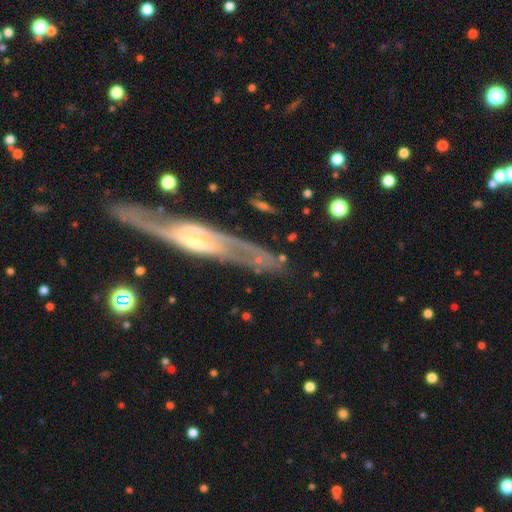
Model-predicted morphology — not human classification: A featured or disk galaxy (86%).

Vote fractions:
- Smooth or featured? featured or disk: 86% / smooth: 8% / star or artifact: 6%
- Edge-on disk? no: 55% / yes: 45%
- Merging? none: 78% / minor disturbance: 14% / major disturbance: 6% / merger: 3%